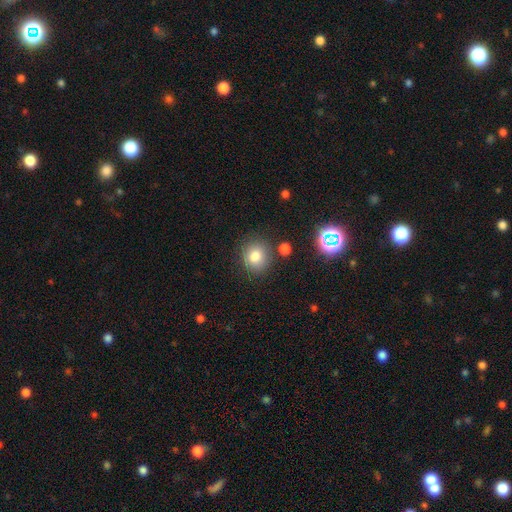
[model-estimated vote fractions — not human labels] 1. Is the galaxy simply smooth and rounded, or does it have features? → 80% smooth, 12% star or artifact, 8% featured or disk.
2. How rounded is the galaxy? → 79% round, 20% in between, 1% cigar-shaped.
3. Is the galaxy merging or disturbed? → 80% none, 11% minor disturbance, 5% merger, 4% major disturbance.